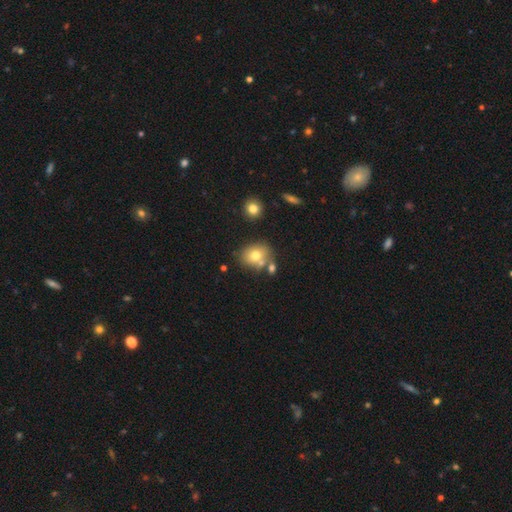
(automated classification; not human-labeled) This is likely a smooth galaxy (72%). How rounded: possibly round (60%). Merging: likely none (60%).